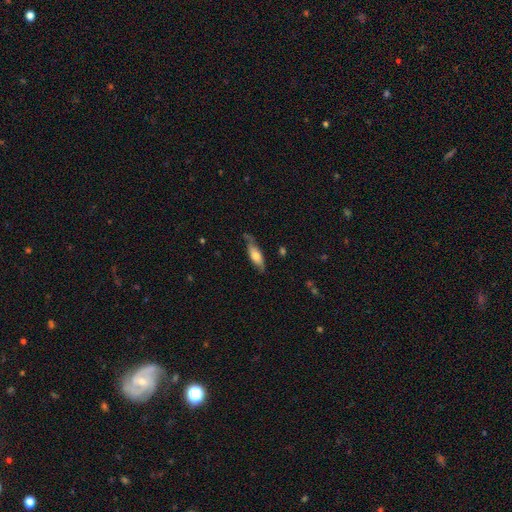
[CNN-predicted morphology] Smooth or featured: smooth — 59% (featured or disk — 35%)
How rounded: in between — 54% (cigar-shaped — 44%)
Merging: none — 62% (minor disturbance — 27%)